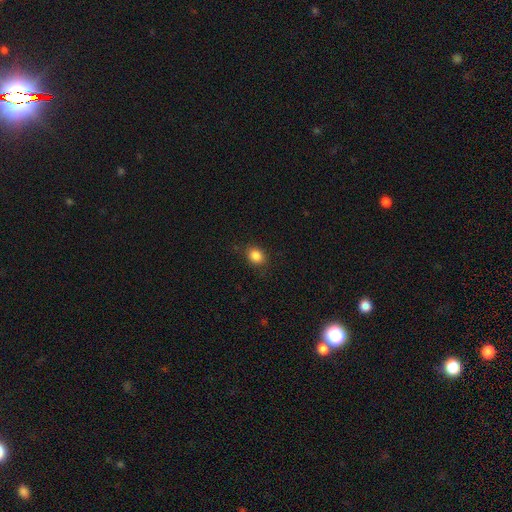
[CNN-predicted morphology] smooth_or_featured: smooth (p=0.85) [alt: star or artifact p=0.10]
how_rounded: round (p=0.58) [alt: in between p=0.41]
merging: none (p=0.82) [alt: minor disturbance p=0.13]